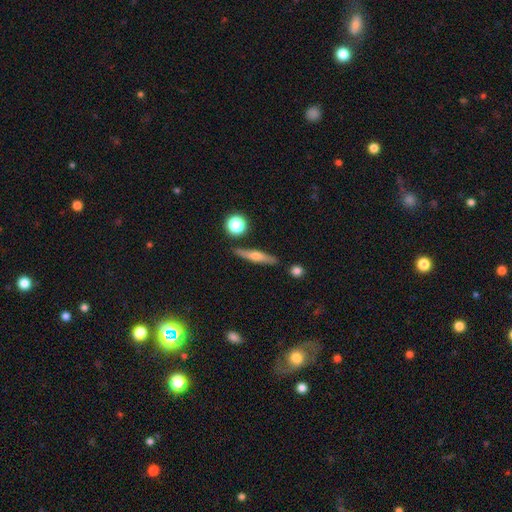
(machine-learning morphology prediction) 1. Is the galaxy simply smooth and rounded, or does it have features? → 52% featured or disk, 40% smooth, 8% star or artifact.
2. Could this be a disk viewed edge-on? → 94% yes, 6% no.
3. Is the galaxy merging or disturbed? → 86% none, 9% minor disturbance, 3% merger, 2% major disturbance.